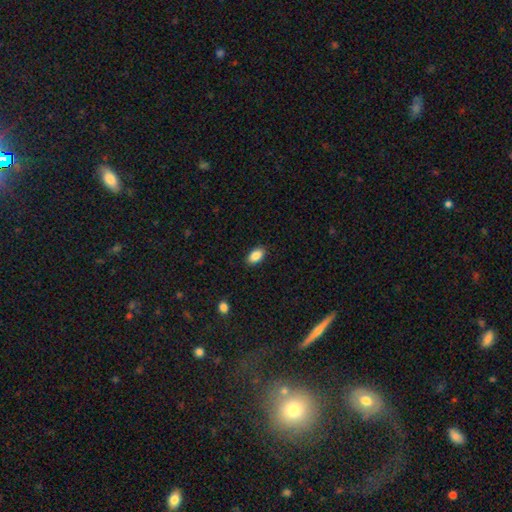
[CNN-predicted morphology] Smooth or featured?
  - smooth: 87% *
  - star or artifact: 8%
  - featured or disk: 5%
How rounded?
  - in between: 92% *
  - round: 6%
  - cigar-shaped: 2%
Merging?
  - none: 88% *
  - minor disturbance: 9%
  - major disturbance: 2%
  - merger: 1%